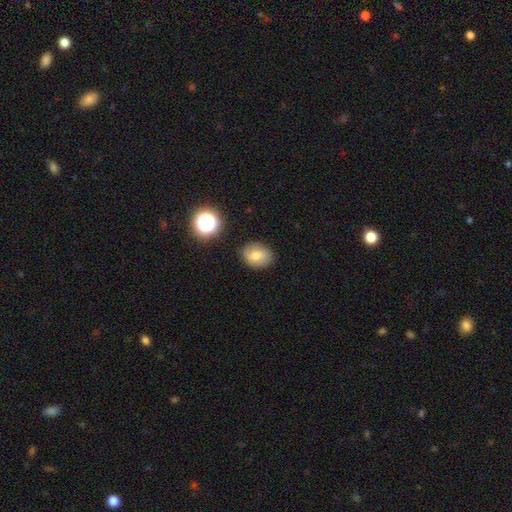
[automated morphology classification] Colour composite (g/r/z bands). It shows a smooth galaxy with no disk features (67%) that is in between round and cigar-shaped (53%). Merging: none (82%).